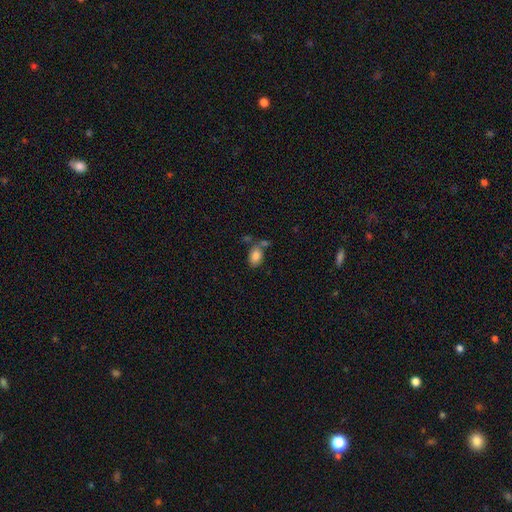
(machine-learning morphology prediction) smooth_or_featured: smooth (p=0.84) [alt: star or artifact p=0.09]
how_rounded: in between (p=0.89) [alt: round p=0.10]
merging: none (p=0.60) [alt: merger p=0.20]